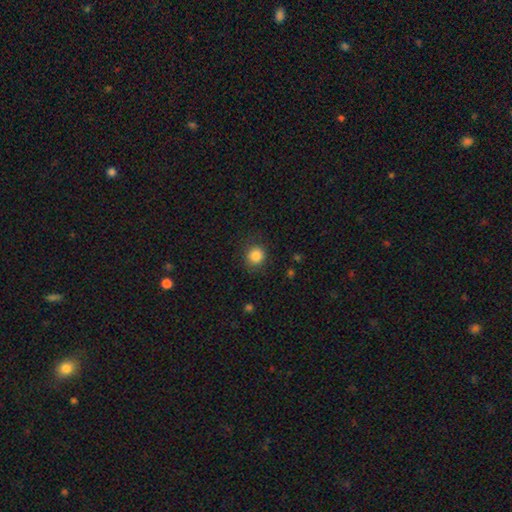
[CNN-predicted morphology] Smooth or featured?
  - smooth: 86% *
  - star or artifact: 10%
  - featured or disk: 4%
How rounded?
  - round: 89% *
  - in between: 10%
  - cigar-shaped: 1%
Merging?
  - none: 87% *
  - minor disturbance: 9%
  - major disturbance: 3%
  - merger: 1%